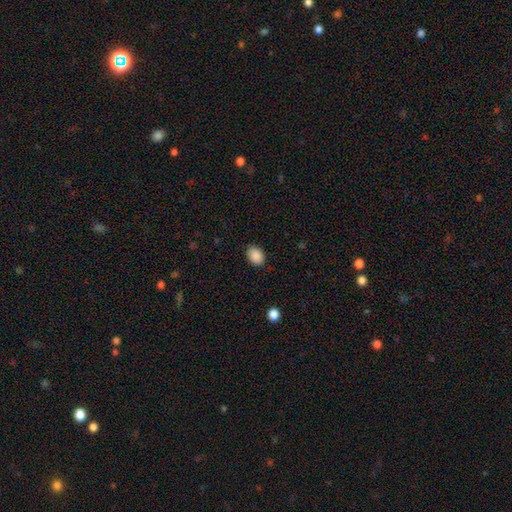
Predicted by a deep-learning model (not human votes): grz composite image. It shows a smooth galaxy with no disk features (89%) that is in between round and cigar-shaped (71%). Merging: none (88%).